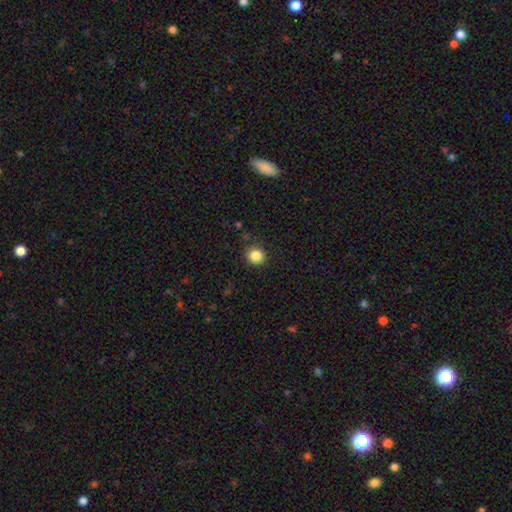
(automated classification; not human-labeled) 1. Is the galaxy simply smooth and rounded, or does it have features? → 86% smooth, 10% star or artifact, 4% featured or disk.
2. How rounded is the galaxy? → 89% round, 10% in between, 1% cigar-shaped.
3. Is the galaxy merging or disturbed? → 89% none, 8% minor disturbance, 2% major disturbance, 1% merger.